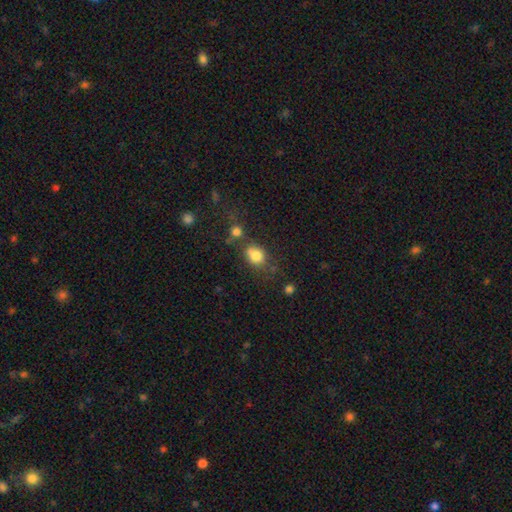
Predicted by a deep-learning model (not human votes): A smooth galaxy with no disk features (81%) that is round (51%). Merging: none (57%).